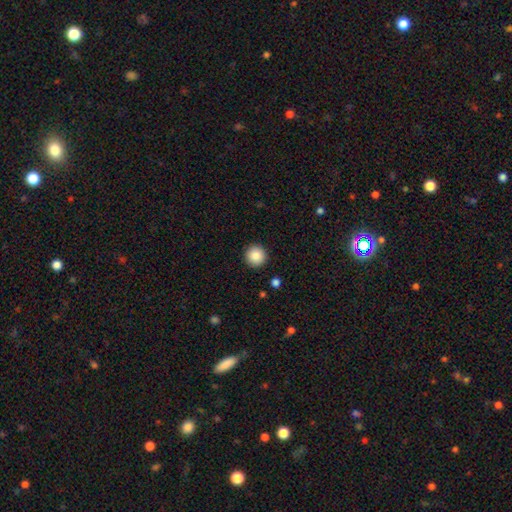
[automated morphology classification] This appears to be a smooth galaxy with no disk features (87%) that is round (95%). Merging: none (93%).